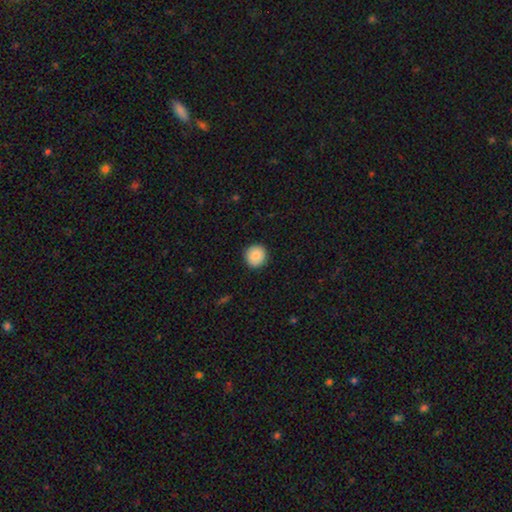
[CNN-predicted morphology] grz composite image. It shows a smooth galaxy with no disk features (86%) that is round (94%). Merging: none (92%).